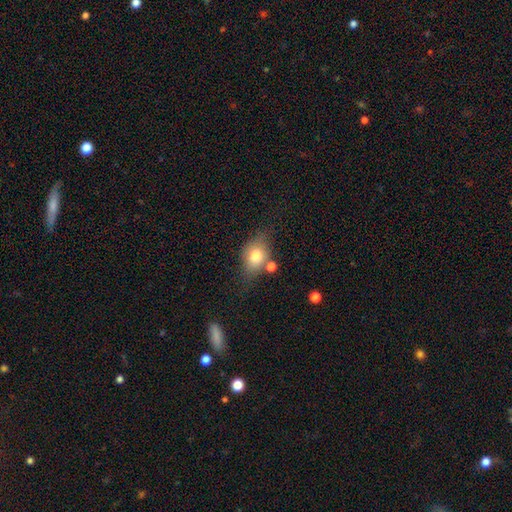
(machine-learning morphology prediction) This is likely a smooth galaxy (75%). How rounded: likely in between (65%). Merging: possibly none (57%).